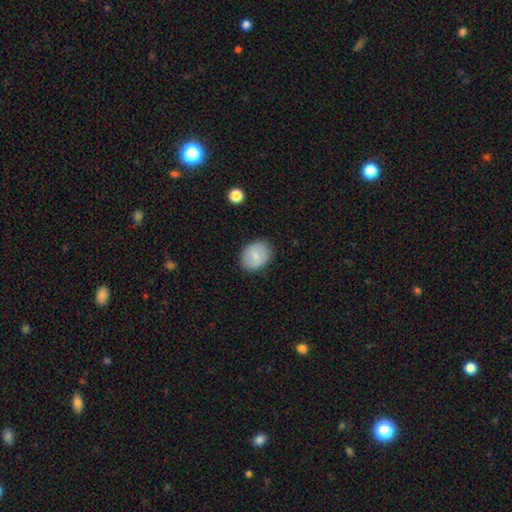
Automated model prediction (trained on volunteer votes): A smooth galaxy with no disk features (70%) that is round (50%). Merging: none (84%).